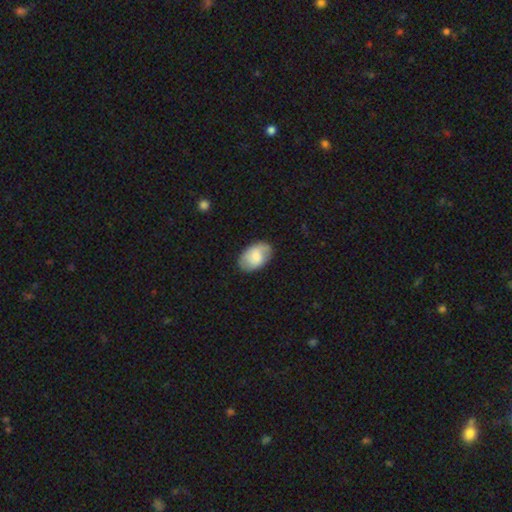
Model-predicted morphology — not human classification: The model was most divided on "smooth or featured": smooth: 68%, featured or disk: 26%, star or artifact: 7%. More confident: how rounded — in between (90%); merging — none (77%).